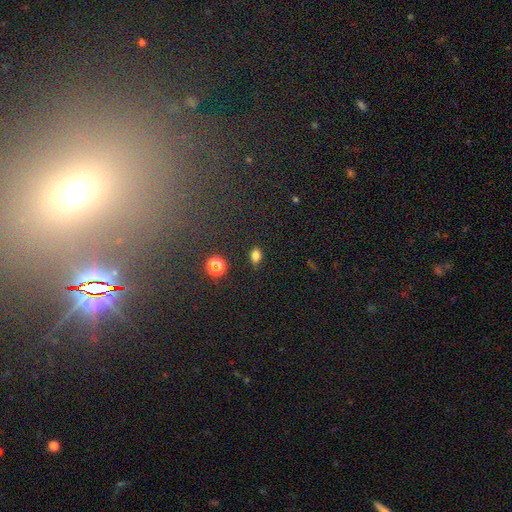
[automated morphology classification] Q: Smooth or featured?
A: smooth (81%); runner-up: star or artifact (13%)
Q: How rounded?
A: in between (76%); runner-up: round (21%)
Q: Merging?
A: none (84%); runner-up: minor disturbance (11%)